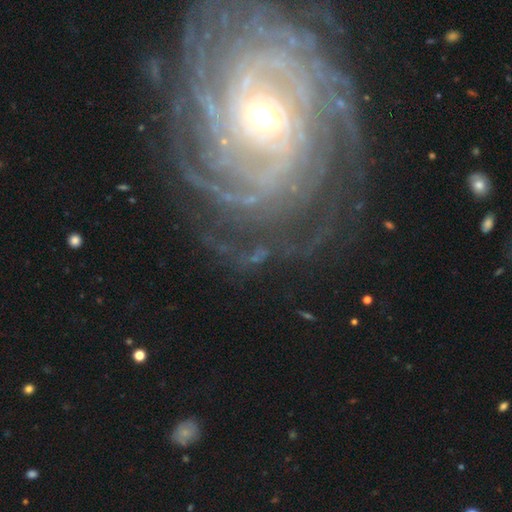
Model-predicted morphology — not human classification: A featured or disk galaxy (80%) with no bar (57%), tight (64%) spiral arms (87%) and a small central bulge (47%).

Vote fractions:
- Smooth or featured? featured or disk: 80% / star or artifact: 11% / smooth: 9%
- Edge-on disk? no: 95% / yes: 5%
- Bar? no: 57% / weak: 27% / strong: 17%
- Spiral arms? yes: 87% / no: 13%
- Spiral winding? tight: 64% / medium: 25% / loose: 11%
- Spiral arm count? can't tell: 35% / 2: 16% / more than 4: 15% / 3: 13% / 4: 12% / 1: 9%
- Bulge size? small: 47% / moderate: 37% / large: 8% / none: 5% / dominant: 2%
- Merging? none: 63% / major disturbance: 18% / minor disturbance: 15% / merger: 3%